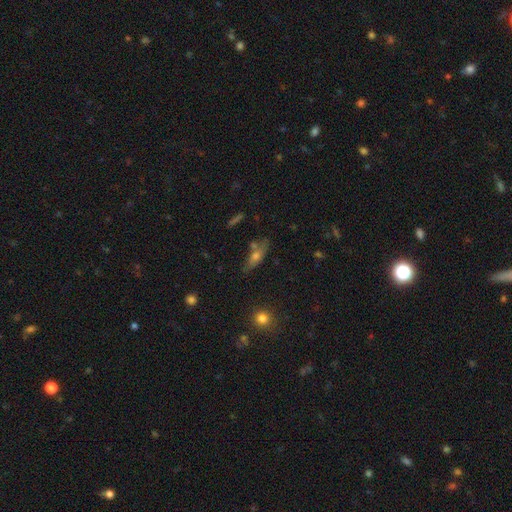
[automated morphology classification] Q: Smooth or featured?
A: smooth (51%); runner-up: featured or disk (38%)
Q: How rounded?
A: in between (56%); runner-up: cigar-shaped (39%)
Q: Merging?
A: none (63%); runner-up: minor disturbance (19%)